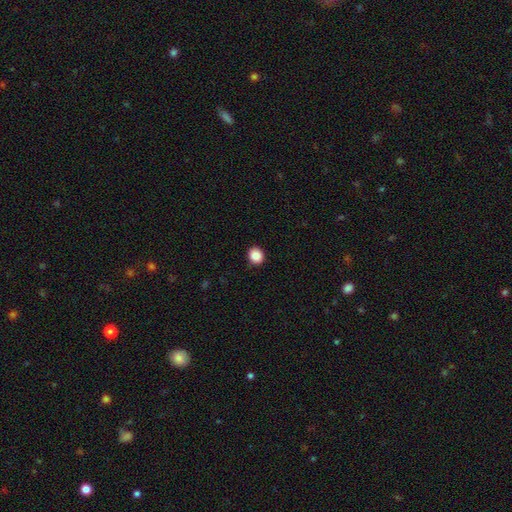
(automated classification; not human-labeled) The model was most divided on "how rounded": round: 80%, in between: 19%, cigar-shaped: 1%. More confident: merging — none (92%); smooth or featured — smooth (88%).